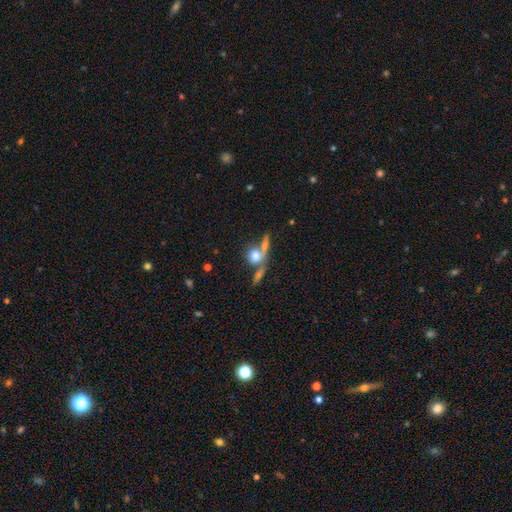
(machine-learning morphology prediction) Overall: smooth (71%). How rounded: round (71%). Merging: none (43%; merger 40%).